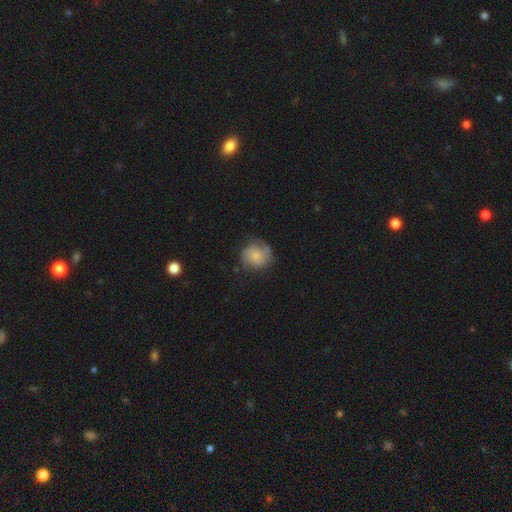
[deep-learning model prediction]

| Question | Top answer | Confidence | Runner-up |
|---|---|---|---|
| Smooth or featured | smooth | 50% | featured or disk (41%) |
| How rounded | round | 82% | in between (17%) |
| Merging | none | 66% | minor disturbance (23%) |